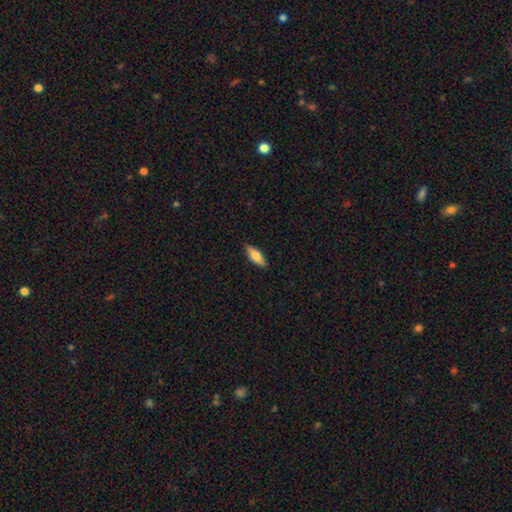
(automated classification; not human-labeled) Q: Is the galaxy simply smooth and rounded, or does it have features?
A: smooth — 70%.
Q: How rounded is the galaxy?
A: in between — 67%.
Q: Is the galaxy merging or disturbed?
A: none — 87%.